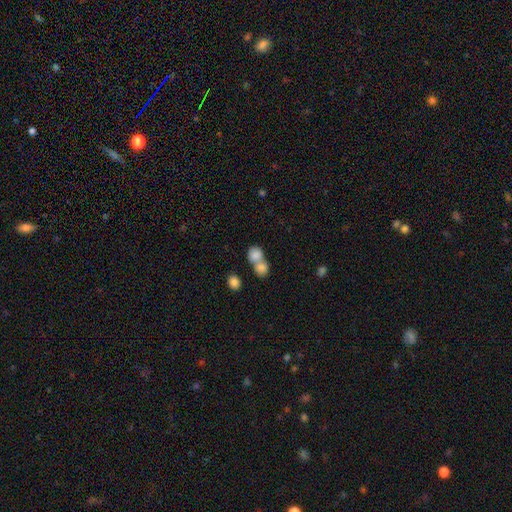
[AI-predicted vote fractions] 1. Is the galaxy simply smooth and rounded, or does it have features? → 83% smooth, 9% featured or disk, 8% star or artifact.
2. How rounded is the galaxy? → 64% round, 35% in between, 1% cigar-shaped.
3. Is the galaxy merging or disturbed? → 65% merger, 26% none, 6% minor disturbance, 3% major disturbance.